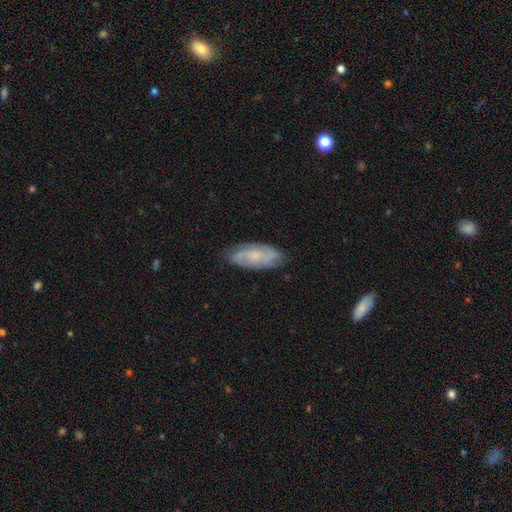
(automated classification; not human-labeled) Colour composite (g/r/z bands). It shows a featured or disk galaxy (62%) with no bar (63%), 2 (44%) medium (42%) spiral arms (91%) and a small central bulge (49%). Merging: none (79%).